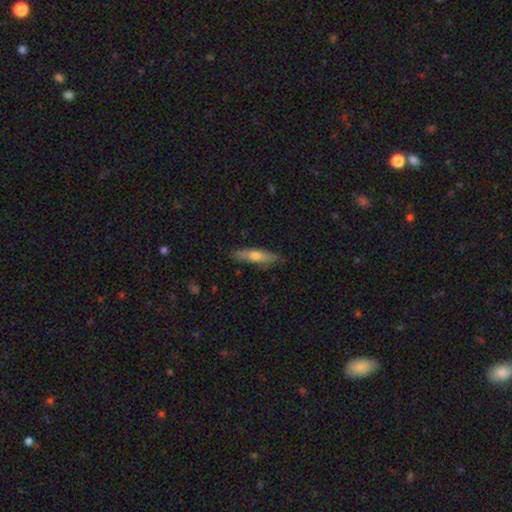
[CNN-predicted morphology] Smooth or featured? smooth (58%)
How rounded? cigar-shaped (76%)
Merging? none (82%)